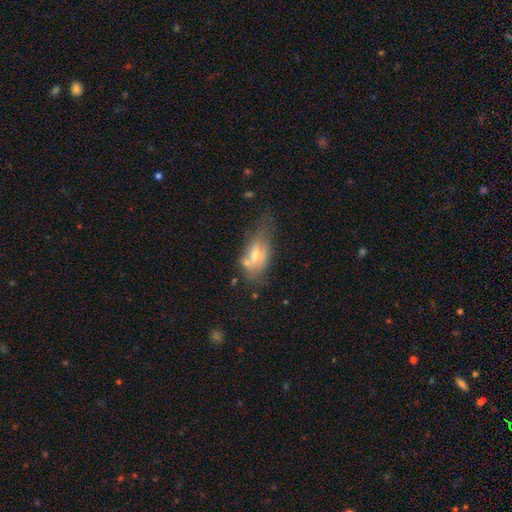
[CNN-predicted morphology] Smooth or featured? smooth (47%)
Merging? none (35%)